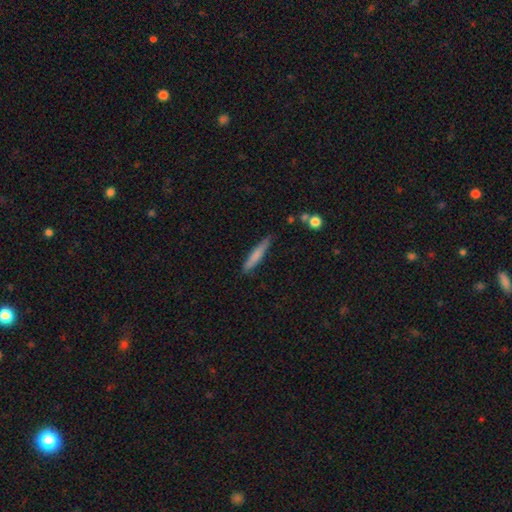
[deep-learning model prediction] A smooth galaxy with no disk features (73%) that is cigar-shaped (93%). Merging: none (82%).